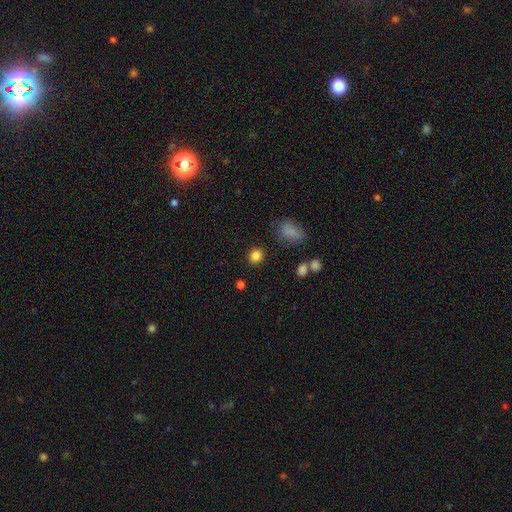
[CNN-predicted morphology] Smooth or featured: smooth — 83% (star or artifact — 12%)
How rounded: round — 83% (in between — 15%)
Merging: none — 87% (minor disturbance — 7%)